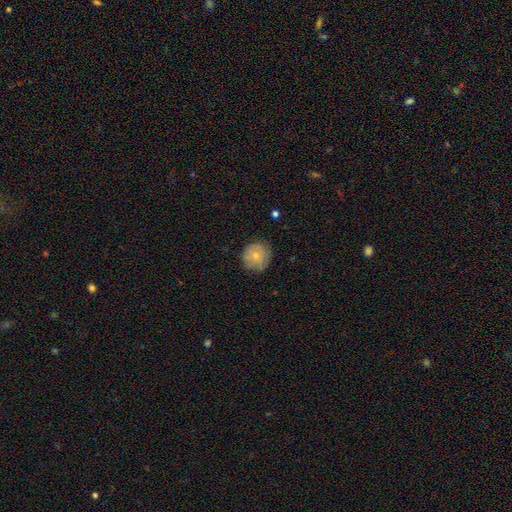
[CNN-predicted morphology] Smooth or featured: smooth — 72% (featured or disk — 20%)
How rounded: round — 91% (in between — 8%)
Merging: none — 80% (minor disturbance — 16%)